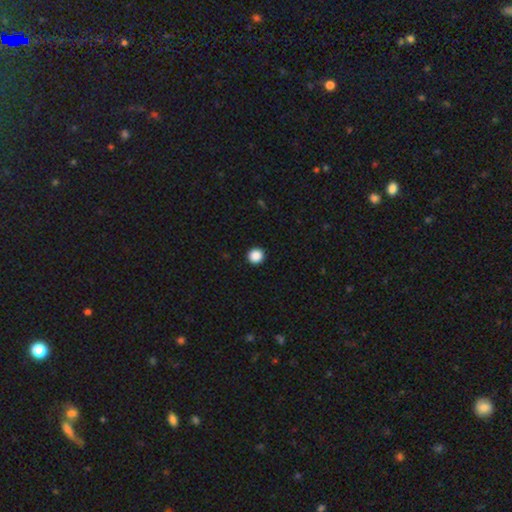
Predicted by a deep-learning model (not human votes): Smooth or featured? Predicted: smooth (p=0.88). How rounded? Predicted: round (p=0.95). Merging? Predicted: none (p=0.94).